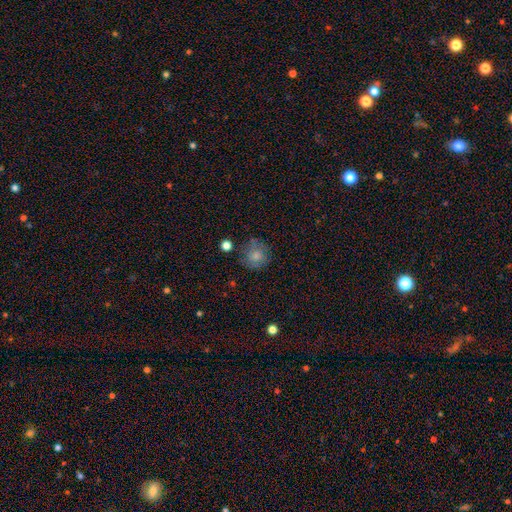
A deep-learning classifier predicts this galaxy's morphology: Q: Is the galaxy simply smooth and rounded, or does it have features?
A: smooth — 75%.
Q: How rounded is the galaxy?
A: round — 88%.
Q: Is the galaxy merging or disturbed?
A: none — 73%.